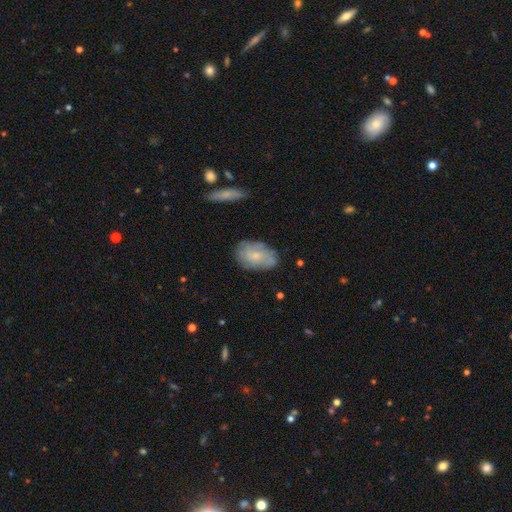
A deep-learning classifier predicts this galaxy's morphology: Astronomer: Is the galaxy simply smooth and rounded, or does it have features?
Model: smooth — 54% (runner-up: featured or disk, 39%).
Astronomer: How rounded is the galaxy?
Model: in between — 87%.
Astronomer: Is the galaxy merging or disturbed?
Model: none — 73%.